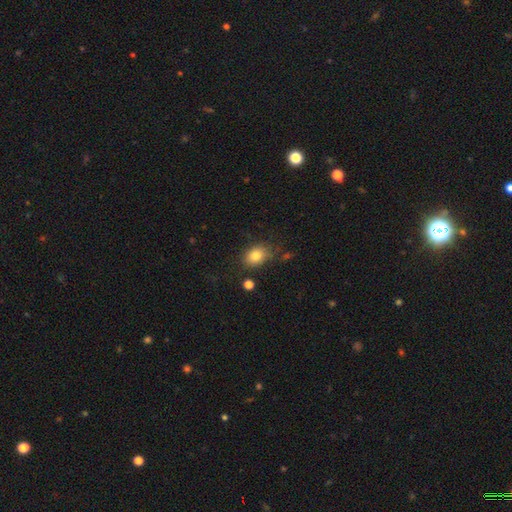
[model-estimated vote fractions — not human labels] Smooth or featured?
  - smooth: 81% *
  - star or artifact: 10%
  - featured or disk: 9%
How rounded?
  - in between: 60% *
  - round: 39%
  - cigar-shaped: 1%
Merging?
  - none: 74% *
  - minor disturbance: 17%
  - major disturbance: 5%
  - merger: 4%